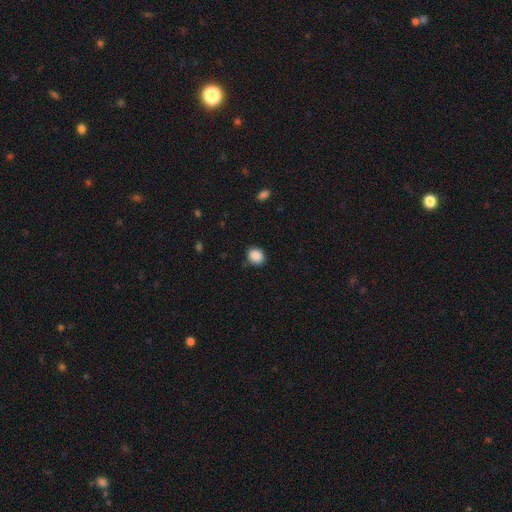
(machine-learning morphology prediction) This is clearly a smooth galaxy (89%). How rounded: likely round (65%). Merging: clearly none (85%).